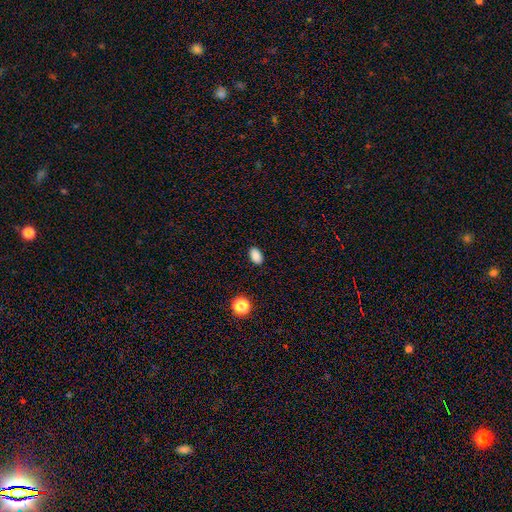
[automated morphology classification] This is clearly a smooth galaxy (87%). How rounded: clearly in between (88%). Merging: clearly none (88%).